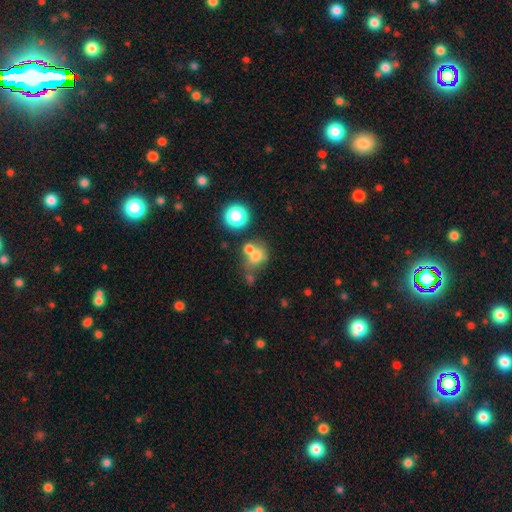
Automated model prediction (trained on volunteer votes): A smooth galaxy with no disk features (67%) that is round (64%). Merging: merger (45%).